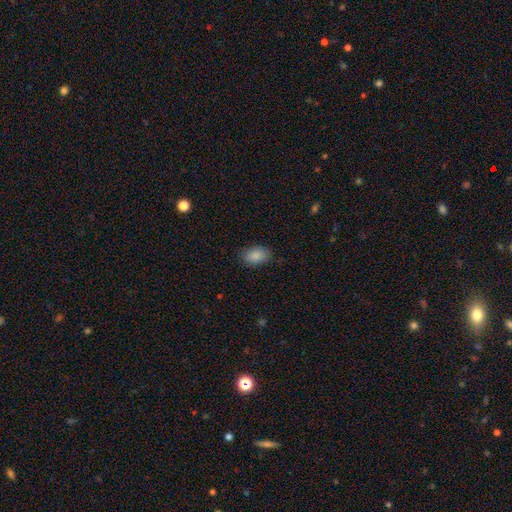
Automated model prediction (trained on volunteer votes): A smooth galaxy with no disk features (88%) that is in between round and cigar-shaped (87%).

Vote fractions:
- Smooth or featured? smooth: 88% / star or artifact: 7% / featured or disk: 5%
- How rounded? in between: 87% / round: 12% / cigar-shaped: 1%
- Merging? none: 83% / minor disturbance: 13% / major disturbance: 3% / merger: 1%